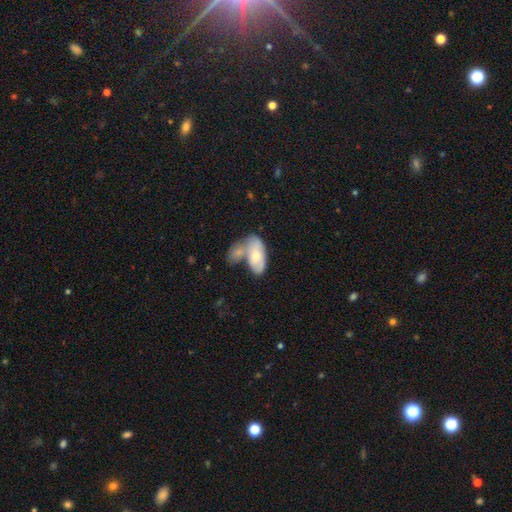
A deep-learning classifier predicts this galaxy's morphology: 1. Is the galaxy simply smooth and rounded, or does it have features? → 67% smooth, 28% featured or disk, 5% star or artifact.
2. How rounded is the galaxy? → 91% in between, 6% cigar-shaped, 4% round.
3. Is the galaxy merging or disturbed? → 57% merger, 25% none, 13% minor disturbance, 6% major disturbance.